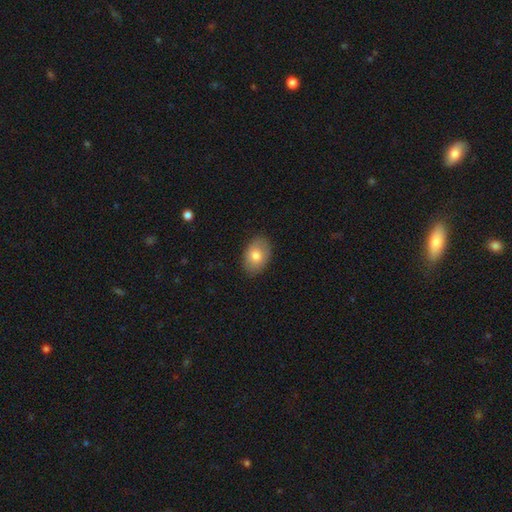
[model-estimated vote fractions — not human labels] This appears to be a smooth galaxy with no disk features (78%) that is in between round and cigar-shaped (84%). Merging: none (87%).